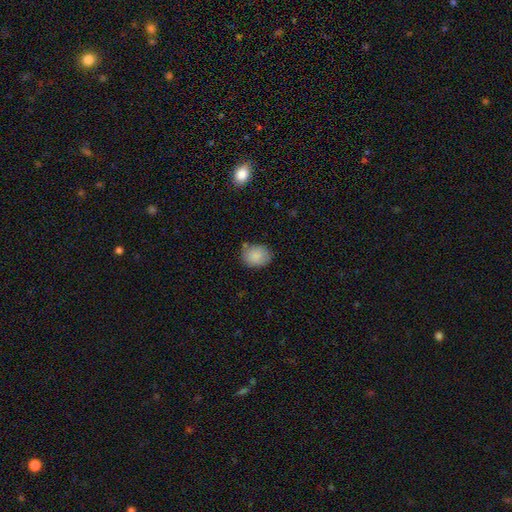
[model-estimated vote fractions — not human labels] A smooth galaxy with no disk features (86%) that is in between round and cigar-shaped (54%). Merging: none (71%).